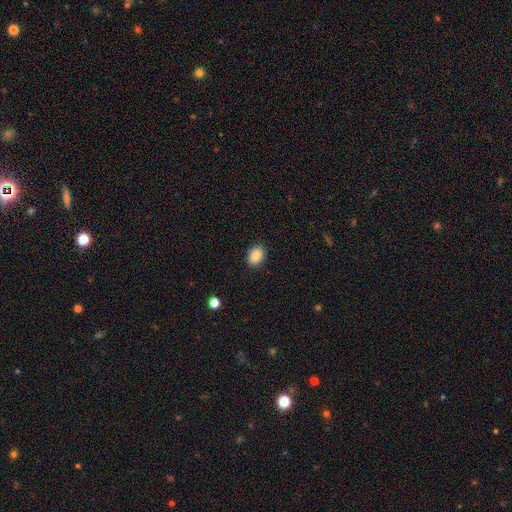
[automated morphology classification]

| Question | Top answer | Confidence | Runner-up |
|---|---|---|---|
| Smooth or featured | smooth | 87% | star or artifact (9%) |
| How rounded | in between | 67% | round (32%) |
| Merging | none | 88% | minor disturbance (8%) |